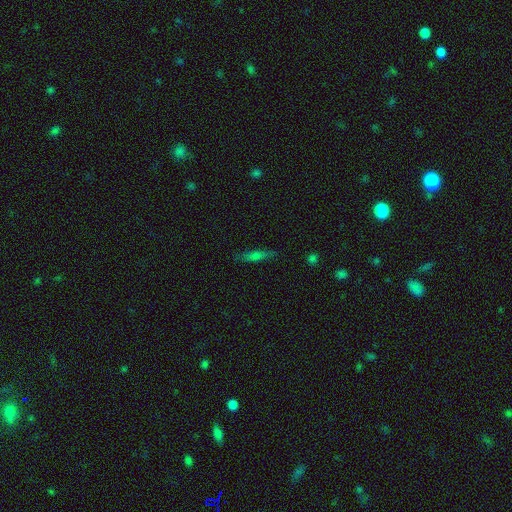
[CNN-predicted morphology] type=featured or disk (48%); merging=none (87%).